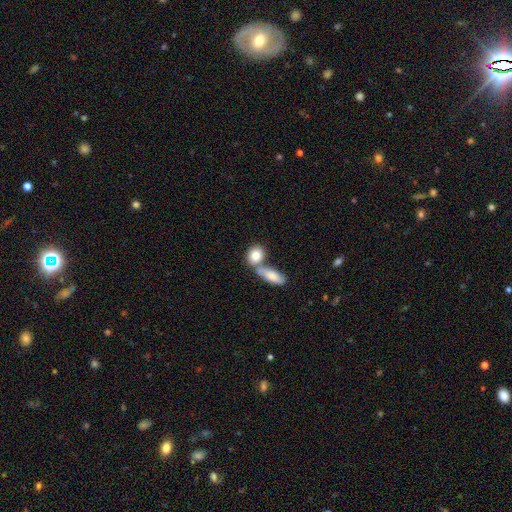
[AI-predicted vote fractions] Smooth or featured: smooth — 83% (featured or disk — 10%)
How rounded: in between — 64% (round — 31%)
Merging: merger — 50% (none — 37%)